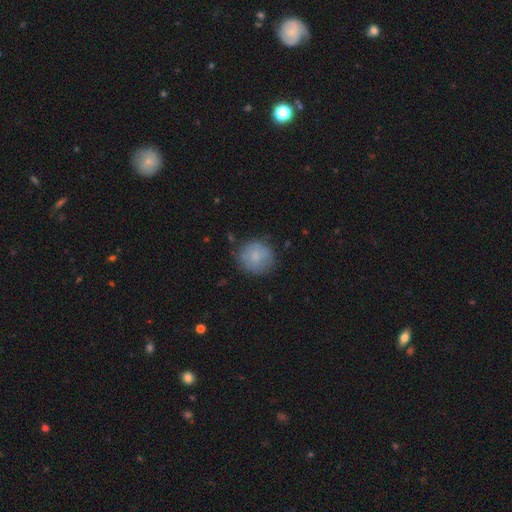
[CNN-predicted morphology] smooth_or_featured: smooth (p=0.77) [alt: featured or disk p=0.16]
how_rounded: round (p=0.92) [alt: in between p=0.07]
merging: none (p=0.78) [alt: minor disturbance p=0.16]